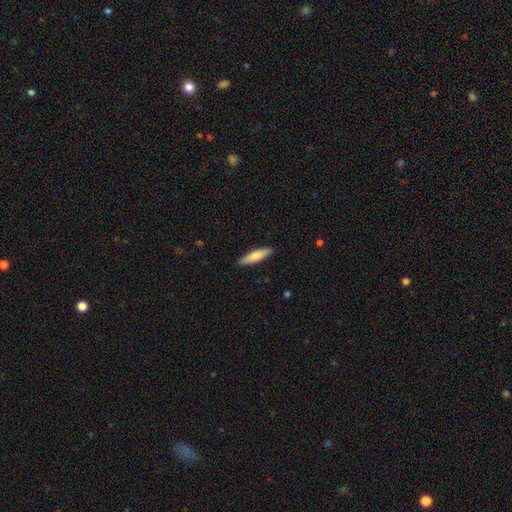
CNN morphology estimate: type=smooth (69%); roundness=cigar-shaped (75%); merging=none (89%).